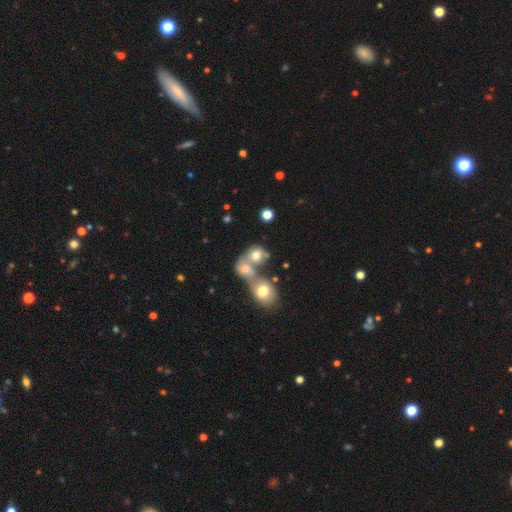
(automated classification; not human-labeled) Overall: smooth (67%). How rounded: round (63%; in between 36%). Merging: merger (67%).